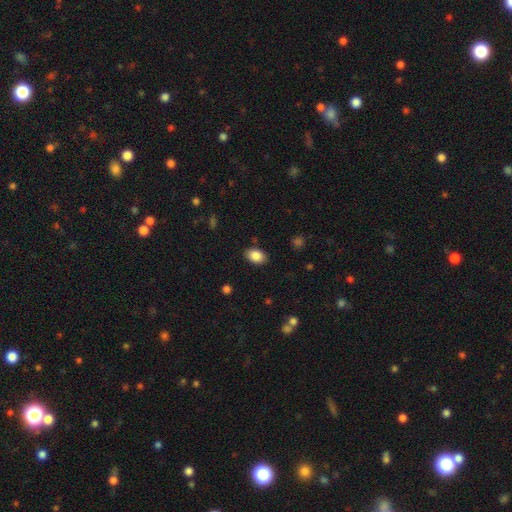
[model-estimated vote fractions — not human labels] Overall: smooth (87%). How rounded: in between (84%). Merging: none (86%).